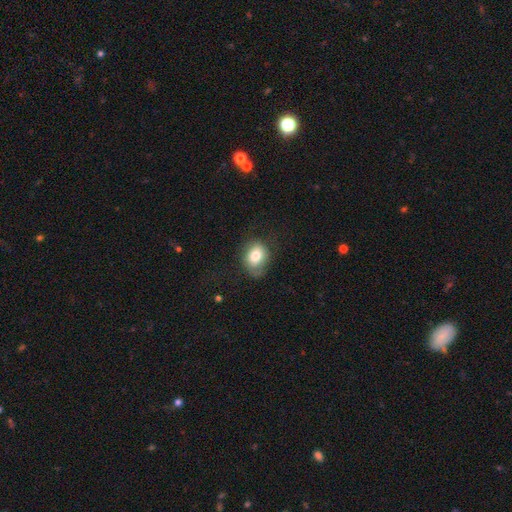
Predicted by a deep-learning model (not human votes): A smooth galaxy with no disk features (76%) that is in between round and cigar-shaped (62%). Merging: none (62%).